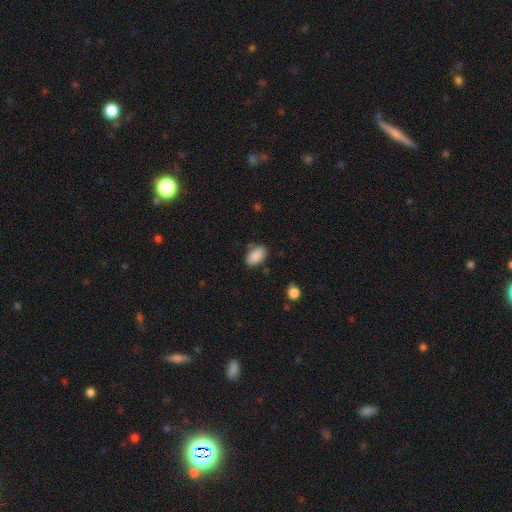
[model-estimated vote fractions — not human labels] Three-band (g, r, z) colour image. It shows a smooth galaxy with no disk features (88%) that is in between round and cigar-shaped (93%). Merging: none (76%).